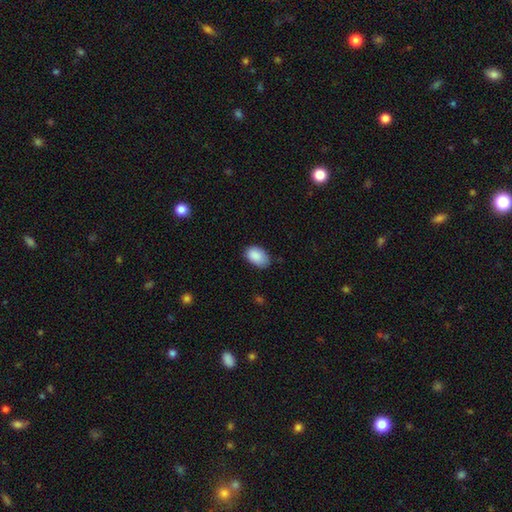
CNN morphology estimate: A smooth galaxy with no disk features (89%) that is in between round and cigar-shaped (91%).

Vote fractions:
- Smooth or featured? smooth: 89% / star or artifact: 7% / featured or disk: 4%
- How rounded? in between: 91% / round: 8% / cigar-shaped: 1%
- Merging? none: 71% / minor disturbance: 24% / major disturbance: 4% / merger: 1%